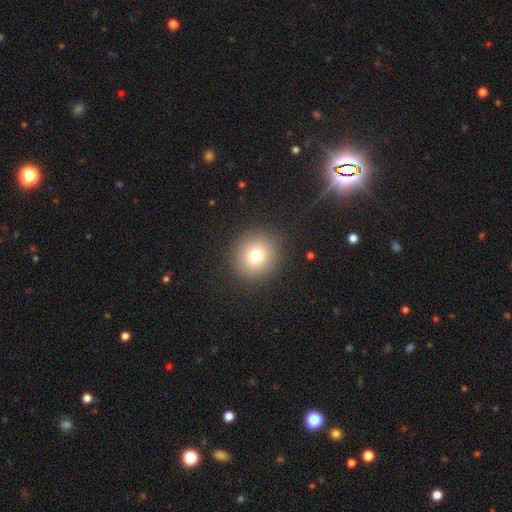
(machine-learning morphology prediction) Smooth or featured: smooth — 75% (star or artifact — 14%)
How rounded: round — 91% (in between — 8%)
Merging: none — 90% (minor disturbance — 6%)